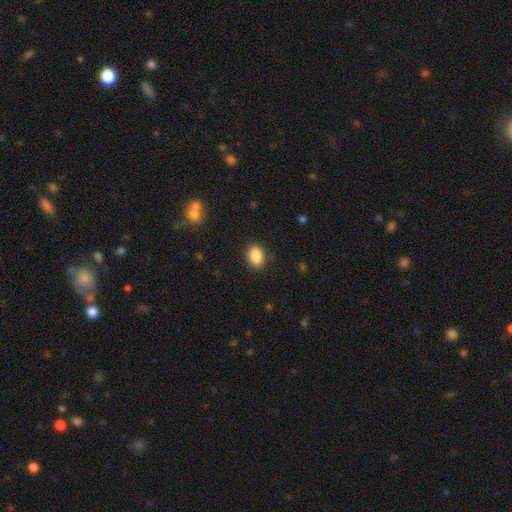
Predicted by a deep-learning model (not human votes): Smooth or featured? Predicted: smooth (p=0.89). How rounded? Predicted: in between (p=0.84). Merging? Predicted: none (p=0.88).